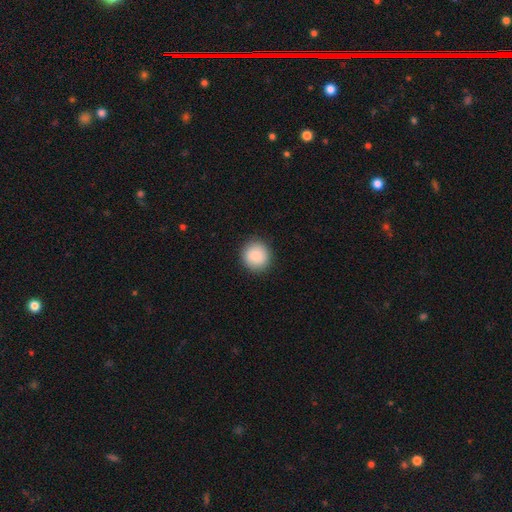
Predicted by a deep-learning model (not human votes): smooth-or-featured: smooth: 88% | star or artifact: 7% | featured or disk: 4%
  how-rounded: round: 92% | in between: 7% | cigar-shaped: 1%
  merging: none: 91% | minor disturbance: 6% | major disturbance: 2% | merger: 1%